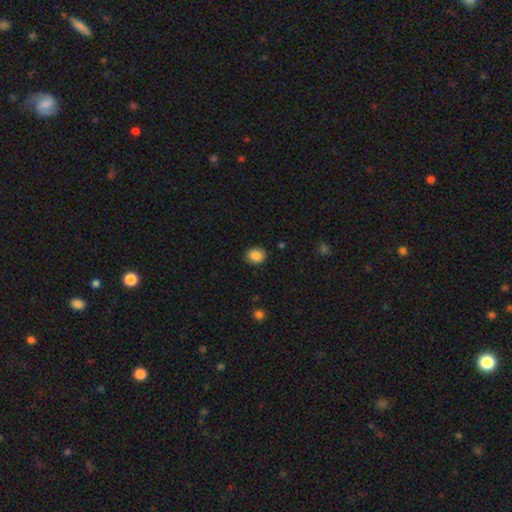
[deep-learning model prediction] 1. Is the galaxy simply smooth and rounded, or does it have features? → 87% smooth, 9% star or artifact, 4% featured or disk.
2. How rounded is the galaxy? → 60% round, 39% in between, 1% cigar-shaped.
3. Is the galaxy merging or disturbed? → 88% none, 8% minor disturbance, 2% major disturbance, 1% merger.